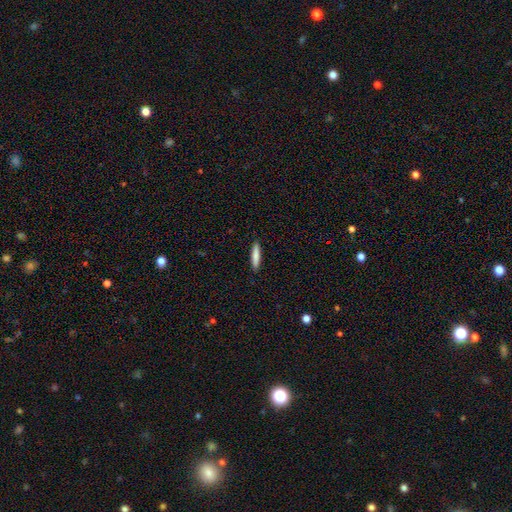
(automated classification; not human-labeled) A smooth galaxy with no disk features (79%) that is cigar-shaped (88%). Merging: none (91%).